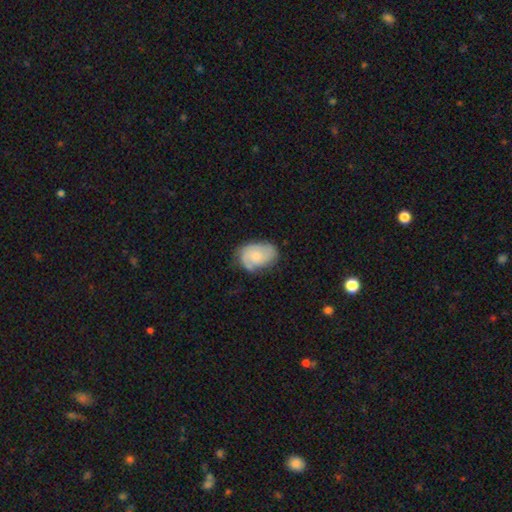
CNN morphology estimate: Smooth or featured?
  - featured or disk: 56% *
  - smooth: 37%
  - star or artifact: 7%
Edge-on disk?
  - no: 97% *
  - yes: 3%
Bar?
  - no: 73% *
  - weak: 24%
  - strong: 3%
Spiral arms?
  - yes: 87% *
  - no: 13%
Bulge size?
  - small: 50% *
  - moderate: 32%
  - none: 12%
  - large: 4%
  - dominant: 2%
Merging?
  - none: 63% *
  - minor disturbance: 26%
  - major disturbance: 10%
  - merger: 2%